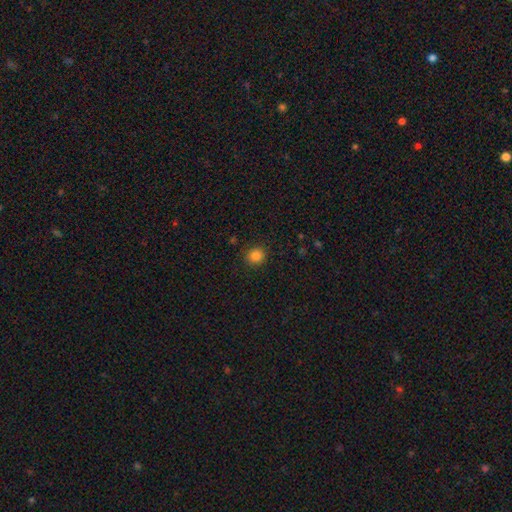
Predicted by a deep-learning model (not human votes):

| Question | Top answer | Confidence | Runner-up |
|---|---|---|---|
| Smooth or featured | smooth | 84% | star or artifact (13%) |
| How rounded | round | 85% | in between (14%) |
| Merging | none | 89% | minor disturbance (8%) |